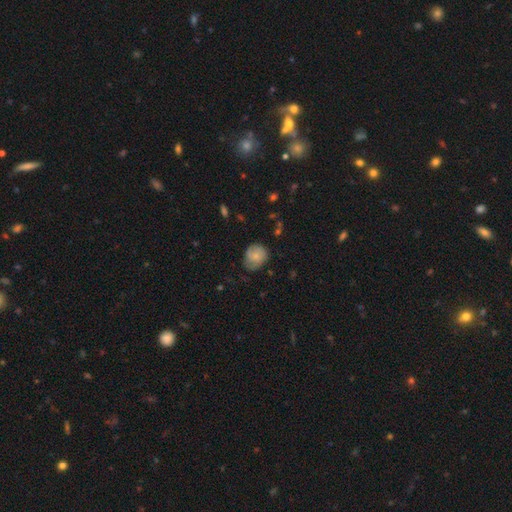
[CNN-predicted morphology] This is likely a smooth galaxy (65%). How rounded: likely round (64%). Merging: possibly none (56%).